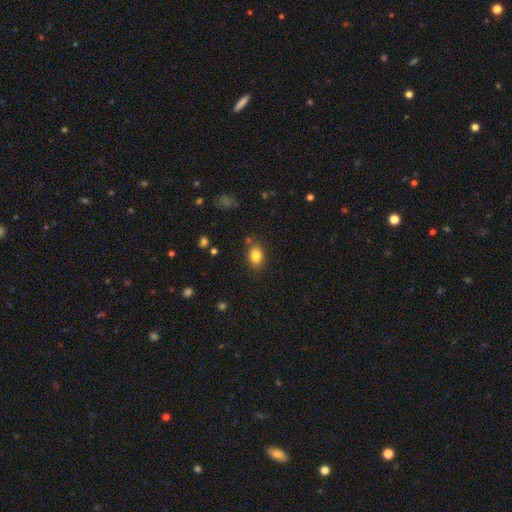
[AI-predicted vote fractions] A smooth galaxy with no disk features (84%) that is in between round and cigar-shaped (66%). Merging: none (79%).